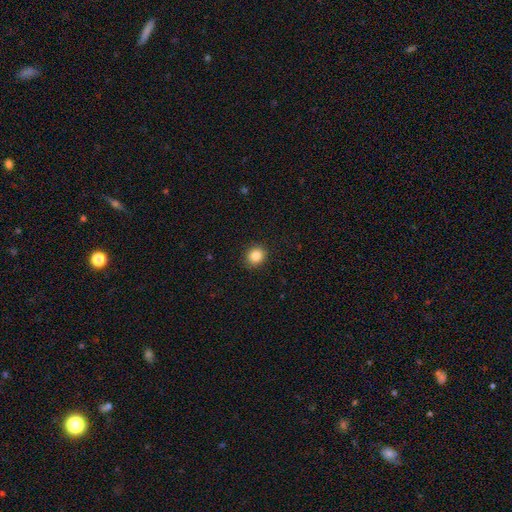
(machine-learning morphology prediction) Q: Smooth or featured?
A: smooth (85%); runner-up: star or artifact (10%)
Q: How rounded?
A: round (80%); runner-up: in between (19%)
Q: Merging?
A: none (91%); runner-up: minor disturbance (7%)